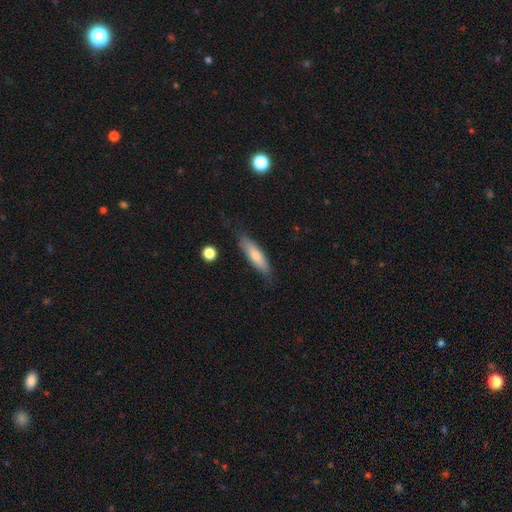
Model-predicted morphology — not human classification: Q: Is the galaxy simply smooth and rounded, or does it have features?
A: smooth — 73%.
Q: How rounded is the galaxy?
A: cigar-shaped — 65%.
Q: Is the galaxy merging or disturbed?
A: none — 77%.